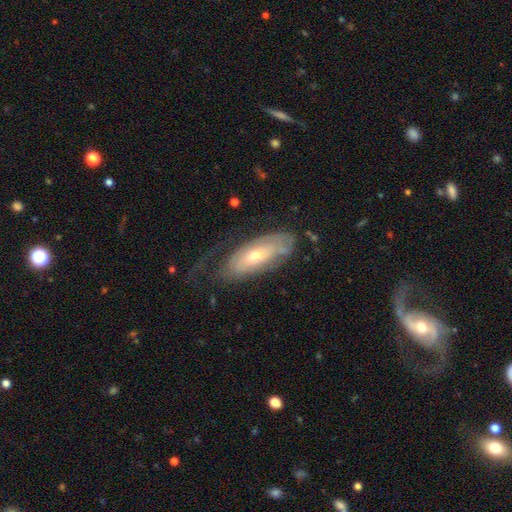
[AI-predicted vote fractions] The model was most divided on "bulge size": moderate: 55%, small: 39%, large: 4%, none: 1%, dominant: 1%. Remaining: edge-on disk — no (82%); bar — no (72%); spiral arms — yes (62%); smooth or featured — featured or disk (62%); merging — none (46%).